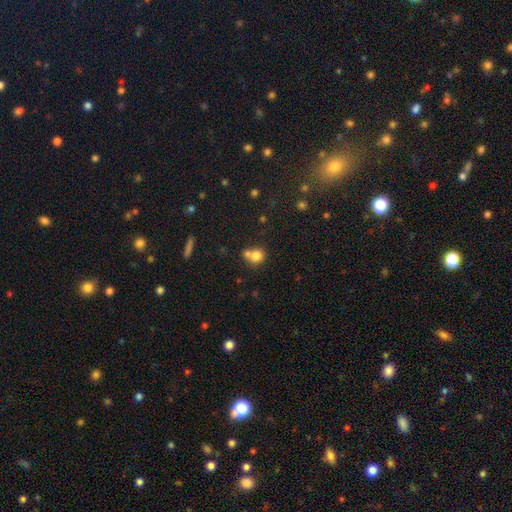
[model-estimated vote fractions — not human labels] smooth_or_featured: smooth (p=0.78) [alt: star or artifact p=0.11]
how_rounded: round (p=0.79) [alt: in between p=0.20]
merging: merger (p=0.48) [alt: none p=0.39]